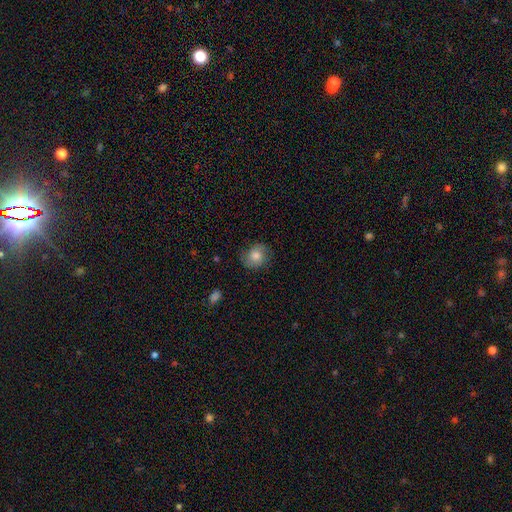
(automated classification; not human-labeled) A smooth galaxy with no disk features (68%) that is round (69%). Merging: none (76%).